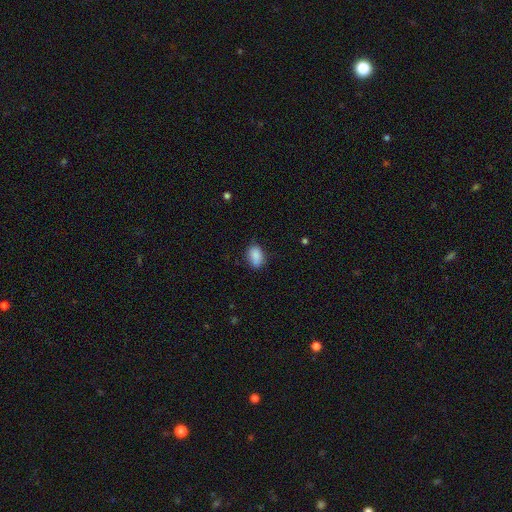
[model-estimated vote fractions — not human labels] Smooth or featured? smooth (87%)
How rounded? in between (83%)
Merging? none (70%)